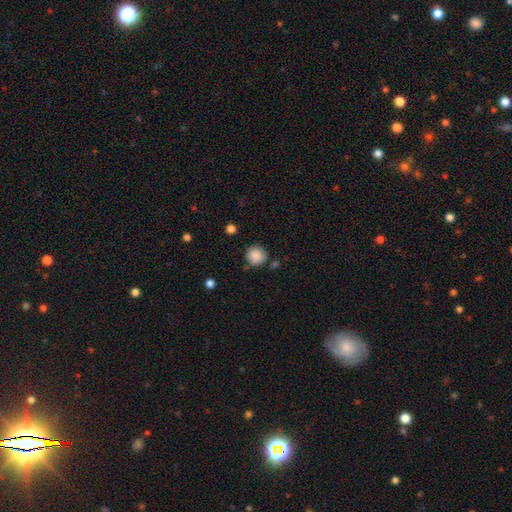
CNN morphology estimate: smooth 87%, star or artifact 9%, featured or disk 4%. Down the decision tree: how rounded — round (93%); merging — none (81%).